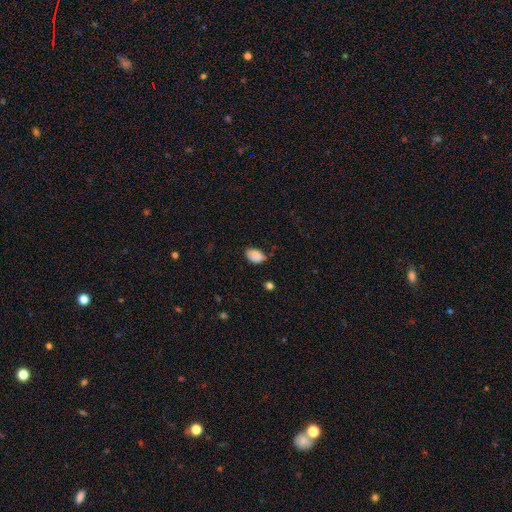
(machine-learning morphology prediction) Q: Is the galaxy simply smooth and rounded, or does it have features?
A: smooth — 84%.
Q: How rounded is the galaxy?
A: in between — 85%.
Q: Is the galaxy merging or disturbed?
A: none — 59%.